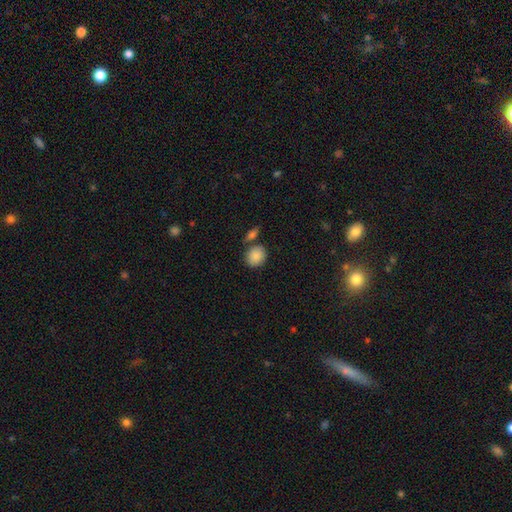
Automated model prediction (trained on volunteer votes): Smooth or featured?
  - smooth: 87% *
  - star or artifact: 8%
  - featured or disk: 6%
How rounded?
  - round: 71% *
  - in between: 28%
  - cigar-shaped: 1%
Merging?
  - none: 68% *
  - merger: 17%
  - minor disturbance: 12%
  - major disturbance: 3%